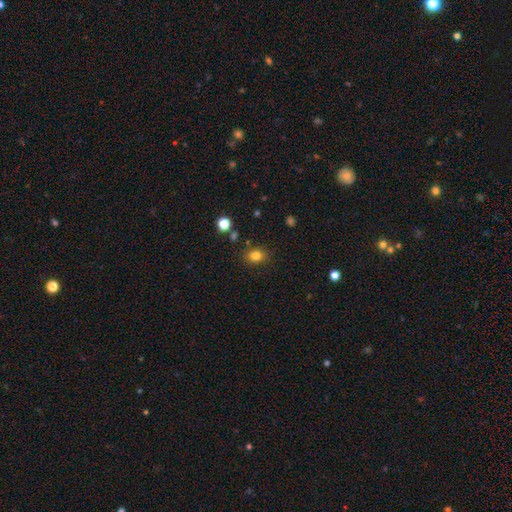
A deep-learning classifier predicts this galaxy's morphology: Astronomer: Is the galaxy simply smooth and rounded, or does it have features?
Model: smooth — 81%.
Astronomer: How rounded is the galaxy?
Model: round — 50% (runner-up: in between, 49%).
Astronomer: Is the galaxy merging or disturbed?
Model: none — 83%.